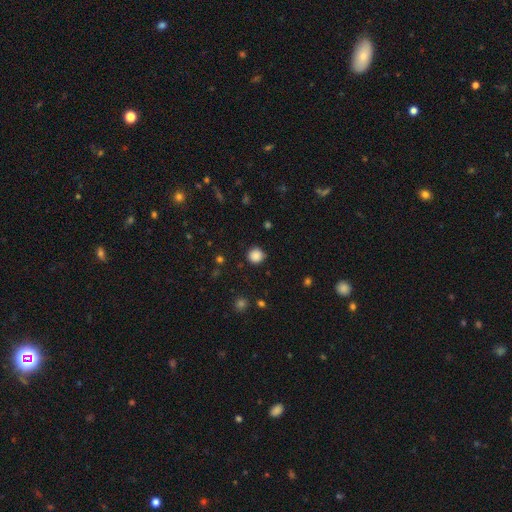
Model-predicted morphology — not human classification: This is clearly a smooth galaxy (86%). How rounded: clearly round (94%). Merging: clearly none (89%).